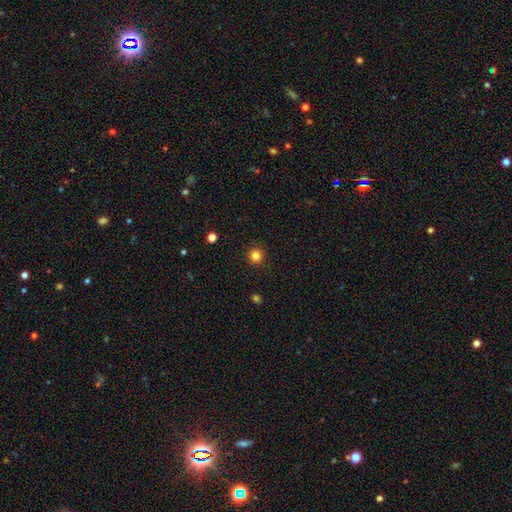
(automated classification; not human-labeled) Smooth or featured: smooth — 83% (star or artifact — 13%)
How rounded: round — 95% (in between — 4%)
Merging: none — 92% (minor disturbance — 5%)